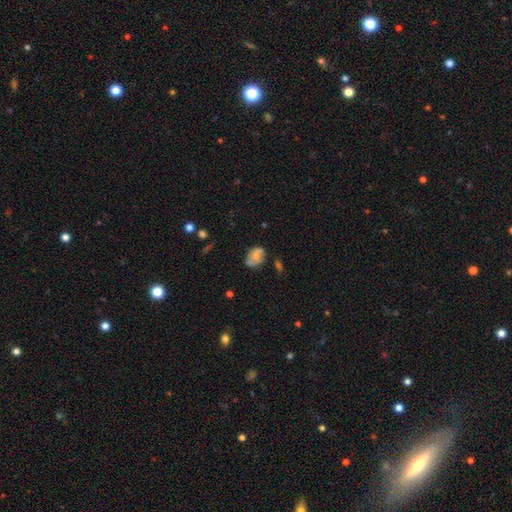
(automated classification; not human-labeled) A smooth galaxy with no disk features (65%) that is in between round and cigar-shaped (77%). Merging: none (54%).